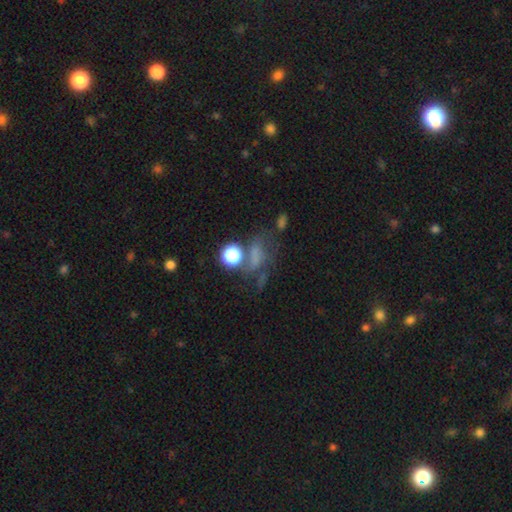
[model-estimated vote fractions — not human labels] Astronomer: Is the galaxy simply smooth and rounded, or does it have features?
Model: smooth — 51% (runner-up: star or artifact, 29%).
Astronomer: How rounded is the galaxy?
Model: in between — 49% (runner-up: round, 45%).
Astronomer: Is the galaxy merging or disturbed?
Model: none — 42% (runner-up: major disturbance, 25%).